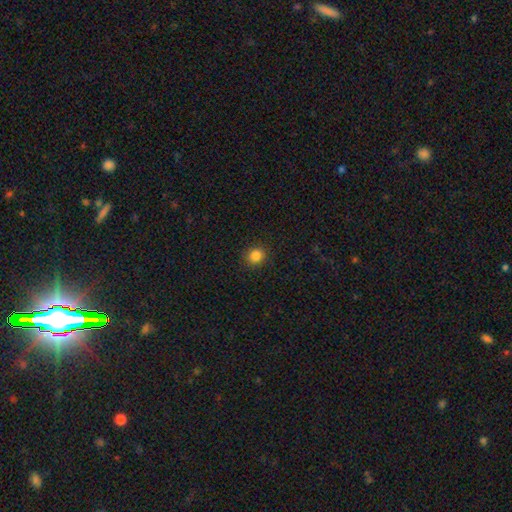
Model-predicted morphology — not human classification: type=smooth (85%); roundness=round (84%); merging=none (90%).